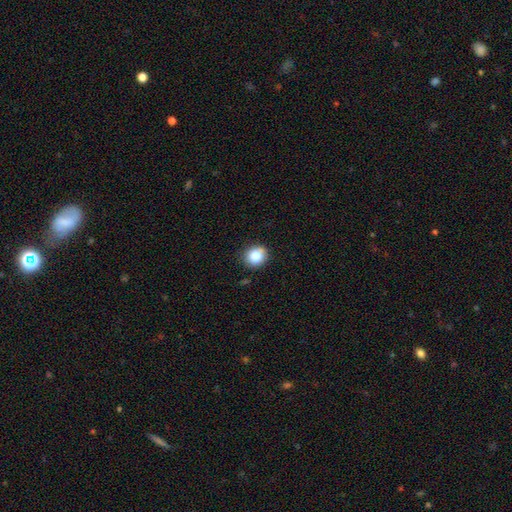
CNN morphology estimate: Q: Smooth or featured?
A: smooth (82%); runner-up: star or artifact (11%)
Q: How rounded?
A: round (83%); runner-up: in between (16%)
Q: Merging?
A: none (86%); runner-up: minor disturbance (10%)